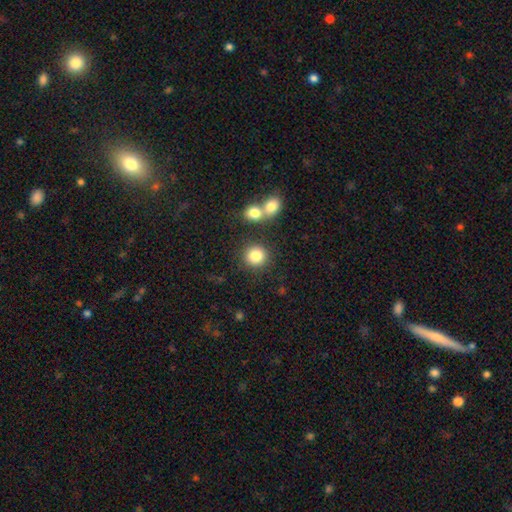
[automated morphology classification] A smooth galaxy with no disk features (84%) that is round (89%).

Vote fractions:
- Smooth or featured? smooth: 84% / star or artifact: 10% / featured or disk: 6%
- How rounded? round: 89% / in between: 10% / cigar-shaped: 1%
- Merging? none: 76% / merger: 13% / minor disturbance: 7% / major disturbance: 3%